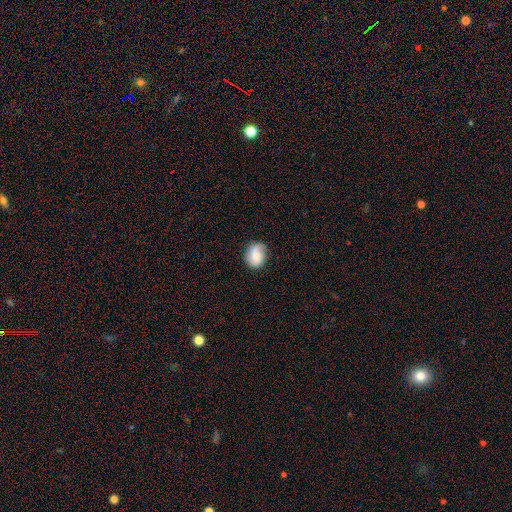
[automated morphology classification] Overall: smooth (61%; featured or disk 30%). How rounded: round (61%; in between 38%). Merging: none (68%).